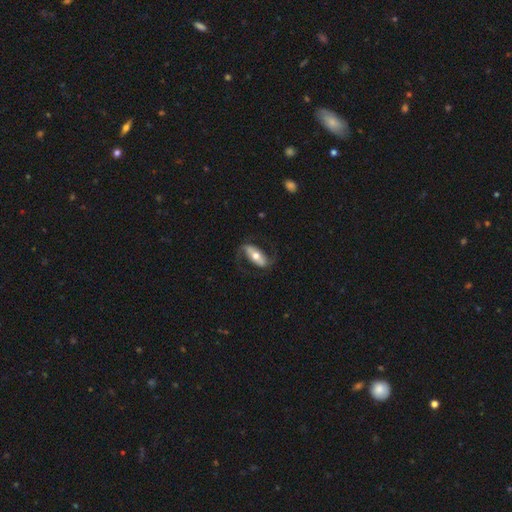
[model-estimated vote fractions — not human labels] A featured or disk galaxy (68%) with a strong bar (45%), spiral arms (83%) and a moderate central bulge (68%). Merging: none (72%).